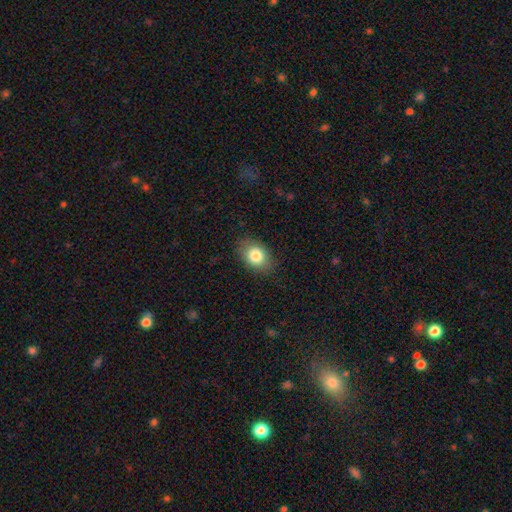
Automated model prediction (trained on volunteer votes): Smooth or featured: smooth — 82% (featured or disk — 9%)
How rounded: in between — 72% (round — 27%)
Merging: none — 83% (minor disturbance — 13%)